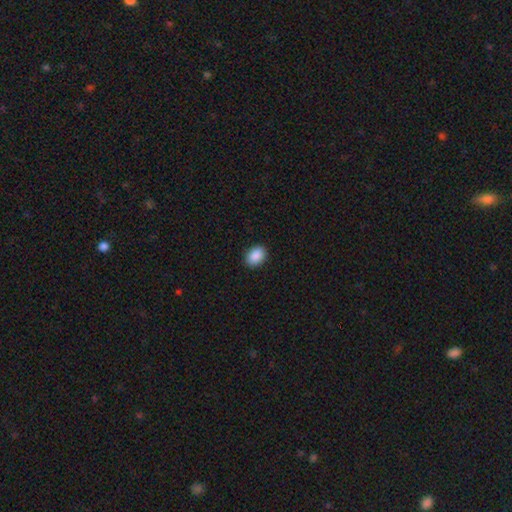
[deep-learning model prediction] This is clearly a smooth galaxy (90%). How rounded: likely in between (76%). Merging: clearly none (91%).